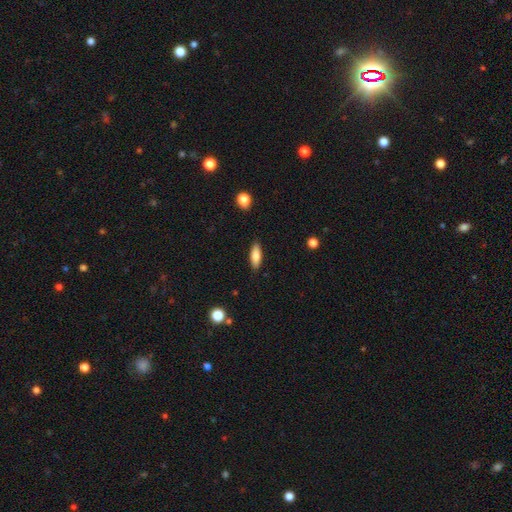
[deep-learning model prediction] Morphology: type=smooth (81%); roundness=in between (54%); merging=none (87%).